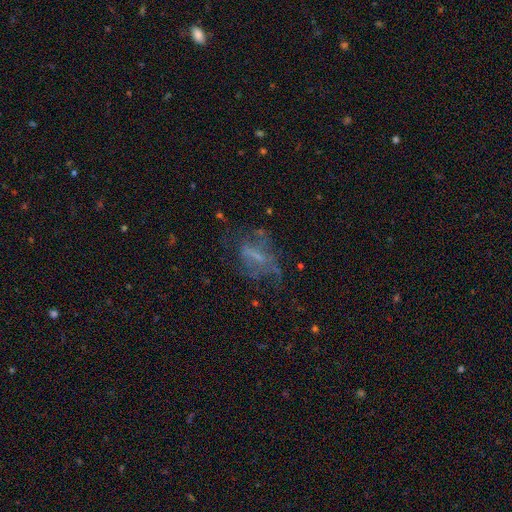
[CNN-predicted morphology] A featured or disk galaxy (54%). Merging: none (41%).